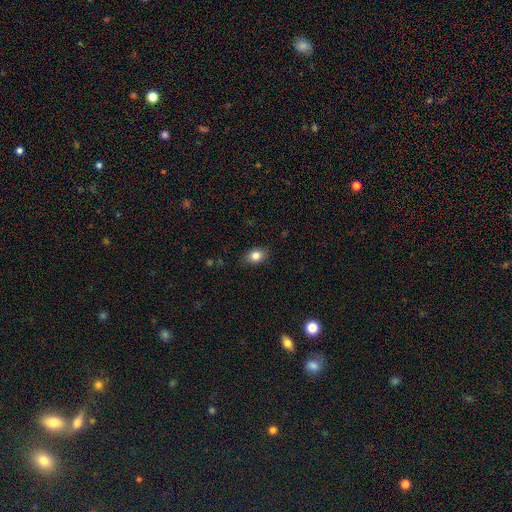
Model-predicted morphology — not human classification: smooth-or-featured: smooth: 83% | star or artifact: 9% | featured or disk: 8%
  how-rounded: in between: 74% | round: 25% | cigar-shaped: 2%
  merging: none: 84% | minor disturbance: 13% | major disturbance: 3% | merger: 1%